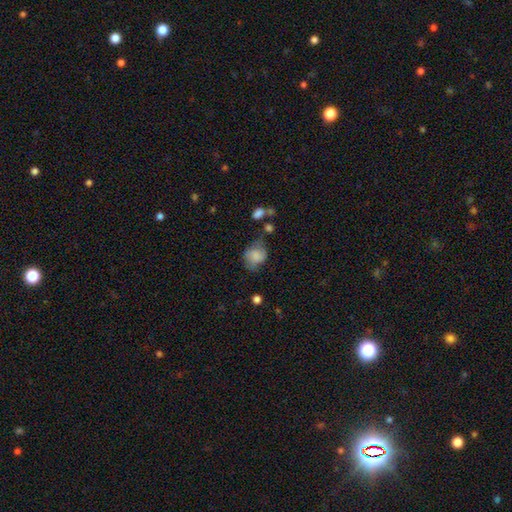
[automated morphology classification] This appears to be a smooth galaxy with no disk features (72%) that is round (52%). Merging: none (47%).